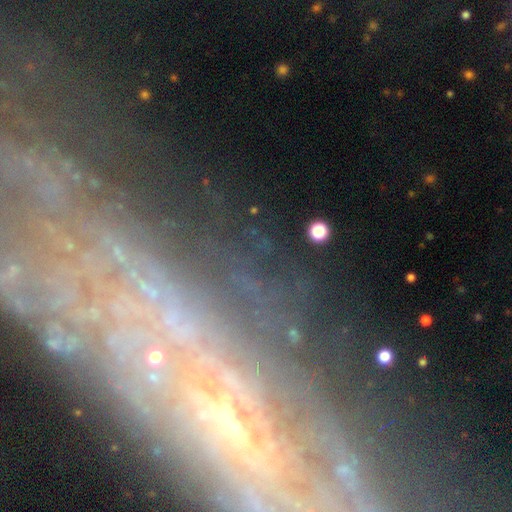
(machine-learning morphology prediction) featured or disk 68%, star or artifact 19%, smooth 13%. Down the decision tree: edge-on disk — no (75%); bar — no (44%); spiral arms — yes (73%); bulge size — small (55%); merging — none (70%).